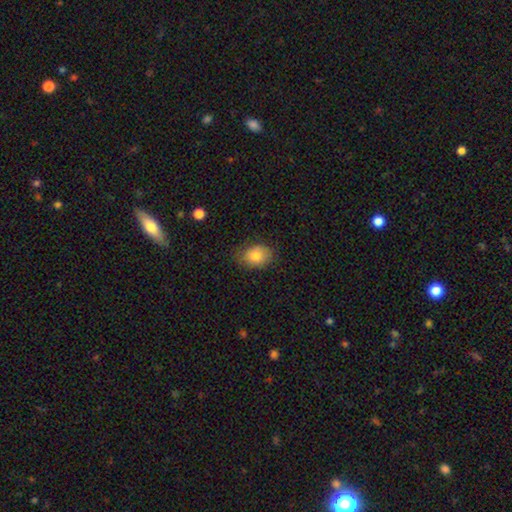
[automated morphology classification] Q: Smooth or featured?
A: smooth (80%); runner-up: featured or disk (12%)
Q: How rounded?
A: in between (69%); runner-up: round (30%)
Q: Merging?
A: none (75%); runner-up: minor disturbance (20%)